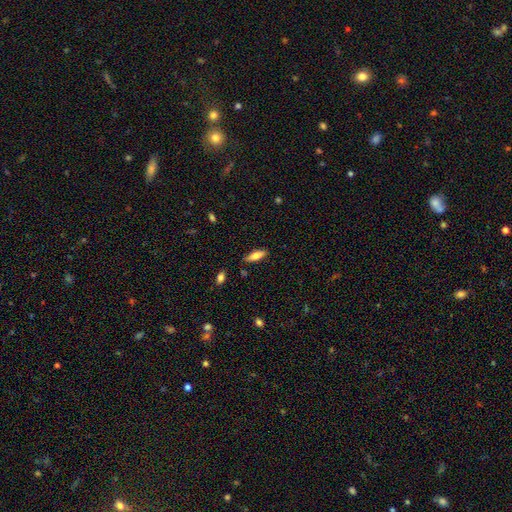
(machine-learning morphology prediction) Smooth or featured?
  - smooth: 72% *
  - featured or disk: 22%
  - star or artifact: 7%
How rounded?
  - in between: 57% *
  - cigar-shaped: 41%
  - round: 2%
Merging?
  - none: 86% *
  - minor disturbance: 10%
  - major disturbance: 2%
  - merger: 2%